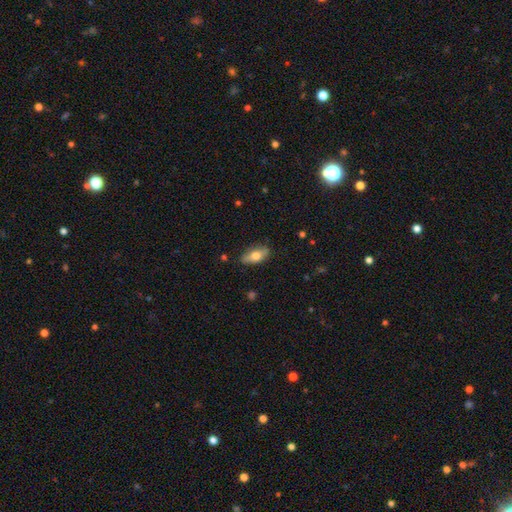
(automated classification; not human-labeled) A smooth galaxy with no disk features (65%) that is in between round and cigar-shaped (80%).

Vote fractions:
- Smooth or featured? smooth: 65% / featured or disk: 29% / star or artifact: 6%
- How rounded? in between: 80% / cigar-shaped: 17% / round: 4%
- Merging? none: 83% / minor disturbance: 13% / major disturbance: 2% / merger: 1%